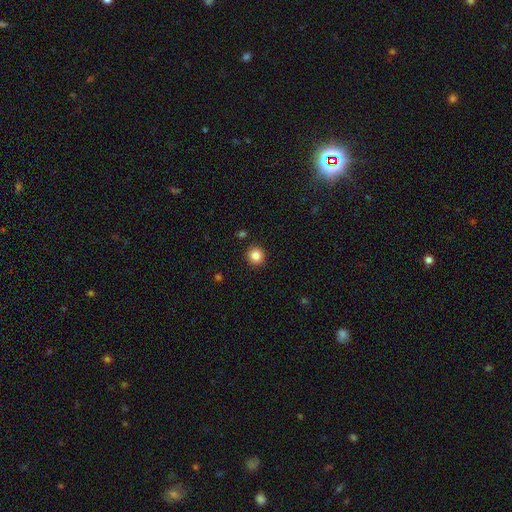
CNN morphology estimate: This appears to be a smooth galaxy with no disk features (85%) that is round (94%). Merging: none (92%).